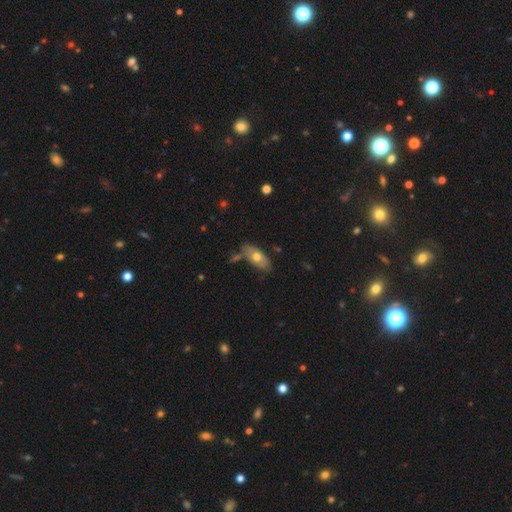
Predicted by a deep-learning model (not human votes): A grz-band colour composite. It shows a smooth galaxy with no disk features (58%) that is in between round and cigar-shaped (89%). Merging: none (64%).